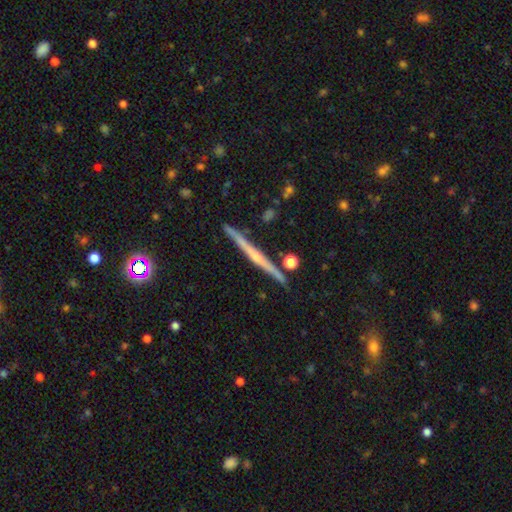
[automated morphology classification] smooth-or-featured: featured or disk: 74% | smooth: 19% | star or artifact: 7%
  disk-edge-on: yes: 98% | no: 2%
    edge-on-bulge: rounded: 60% | none: 33% | boxy: 7%
  merging: none: 89% | minor disturbance: 7% | merger: 2% | major disturbance: 2%